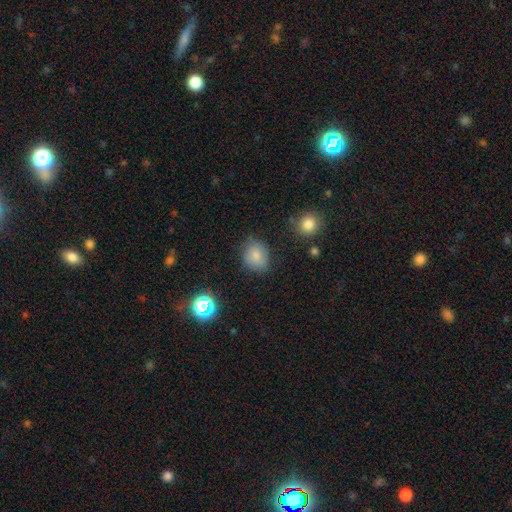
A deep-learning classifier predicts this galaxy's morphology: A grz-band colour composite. It shows a smooth galaxy with no disk features (80%) that is in between round and cigar-shaped (50%). Merging: none (75%).